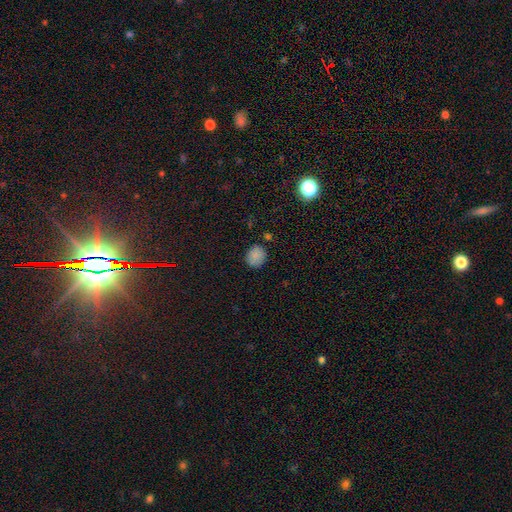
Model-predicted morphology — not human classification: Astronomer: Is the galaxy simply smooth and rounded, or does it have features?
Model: smooth — 84%.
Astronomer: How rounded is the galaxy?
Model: round — 74%.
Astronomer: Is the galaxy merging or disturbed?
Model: none — 81%.